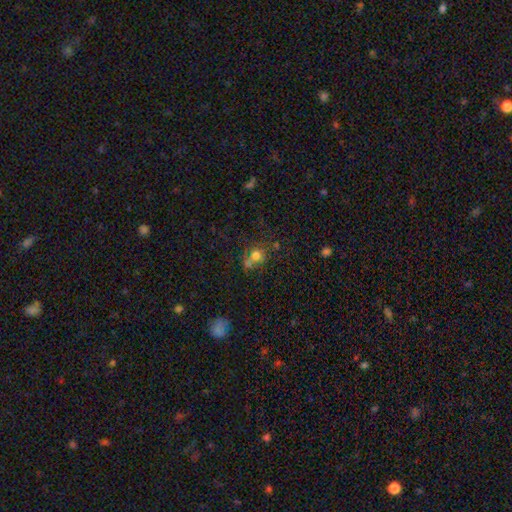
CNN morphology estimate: Smooth or featured? smooth (70%)
How rounded? round (78%)
Merging? none (53%)